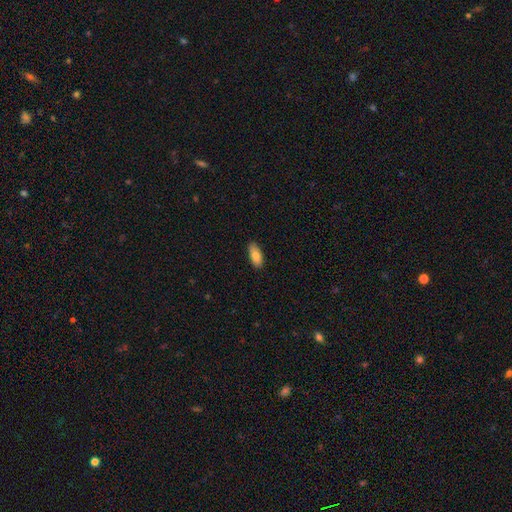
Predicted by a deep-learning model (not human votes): Morphology: type=smooth (81%); roundness=in between (84%); merging=none (86%).